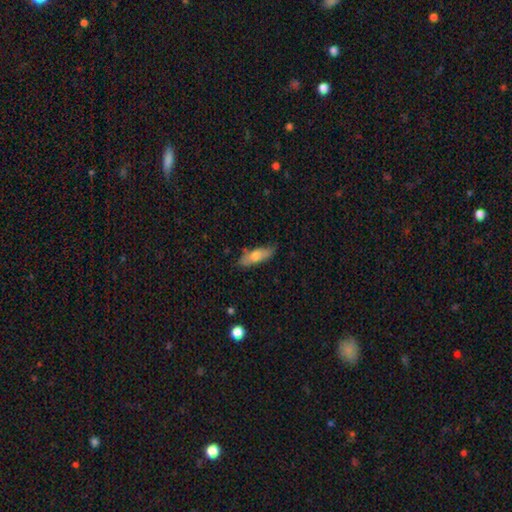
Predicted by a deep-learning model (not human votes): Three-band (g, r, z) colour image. It shows a smooth galaxy with no disk features (65%) that is in between round and cigar-shaped (56%). Merging: none (77%).